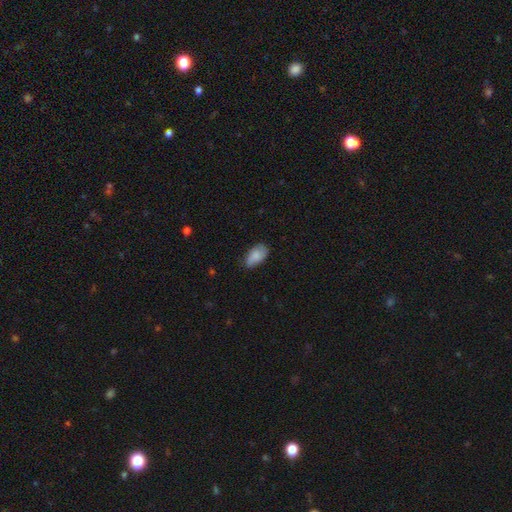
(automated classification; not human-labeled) smooth 78%, featured or disk 15%, star or artifact 7%. Down the decision tree: how rounded — in between (93%); merging — none (66%).